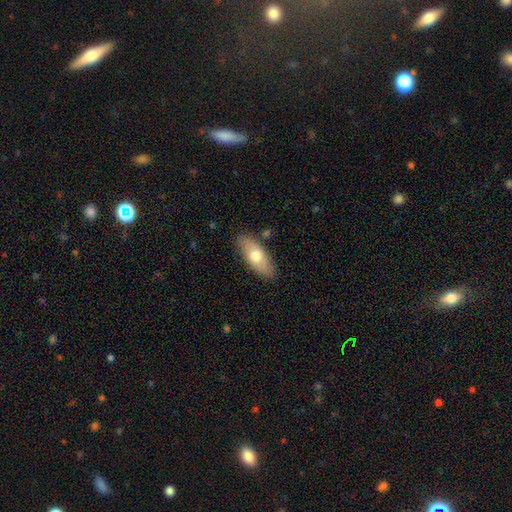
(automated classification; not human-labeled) The model was most divided on "smooth or featured": smooth: 69%, featured or disk: 25%, star or artifact: 6%. More confident: merging — none (84%); how rounded — in between (81%).